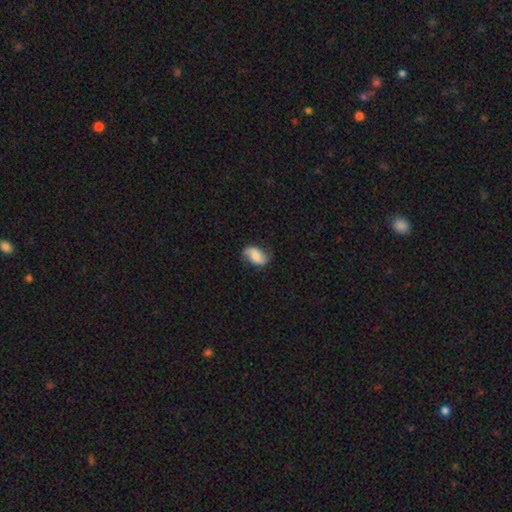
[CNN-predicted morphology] Smooth or featured? smooth (47%)
Merging? none (74%)